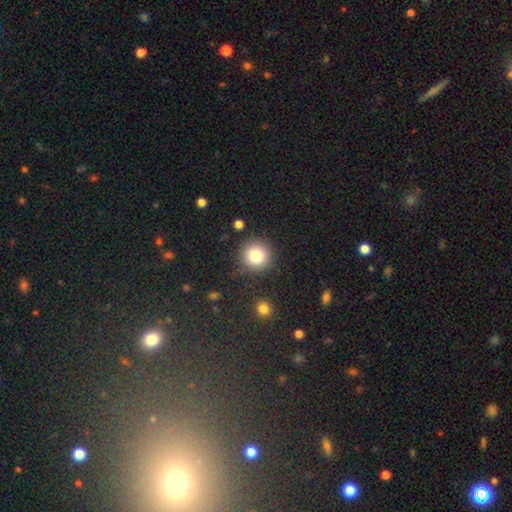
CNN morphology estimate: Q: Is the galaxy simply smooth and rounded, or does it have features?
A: smooth — 80%.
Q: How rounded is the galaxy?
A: round — 94%.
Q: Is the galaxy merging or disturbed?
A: none — 87%.